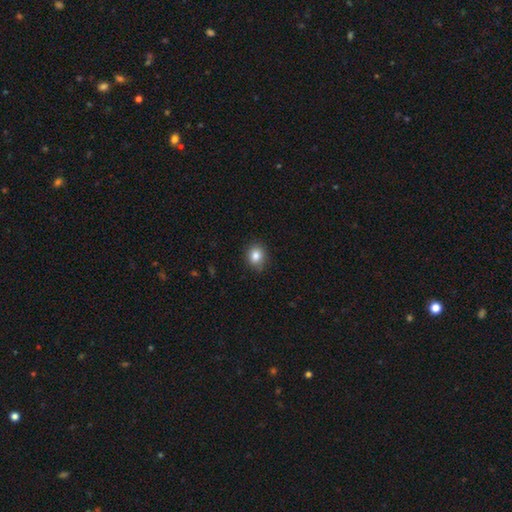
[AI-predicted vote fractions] smooth-or-featured: smooth: 83% | star or artifact: 10% | featured or disk: 6%
  how-rounded: round: 67% | in between: 33% | cigar-shaped: 1%
  merging: none: 84% | minor disturbance: 12% | major disturbance: 2% | merger: 1%